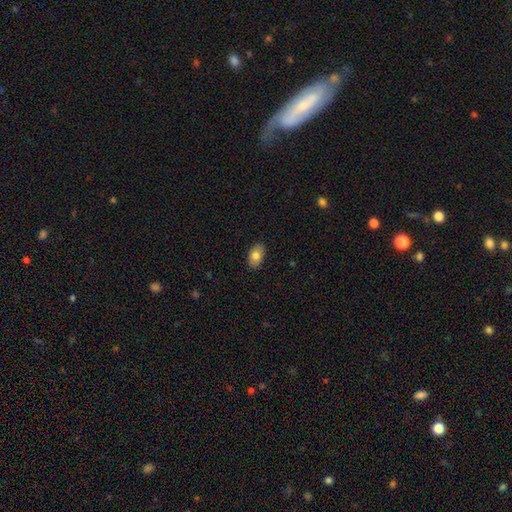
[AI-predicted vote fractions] smooth-or-featured: smooth: 80% | featured or disk: 13% | star or artifact: 7%
  how-rounded: in between: 92% | round: 6% | cigar-shaped: 2%
  merging: none: 88% | minor disturbance: 9% | major disturbance: 2% | merger: 1%